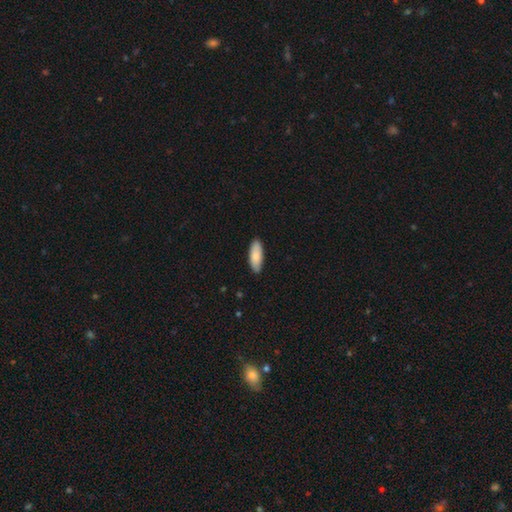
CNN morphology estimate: This appears to be a smooth galaxy with no disk features (83%) that is in between round and cigar-shaped (74%). Merging: none (87%).